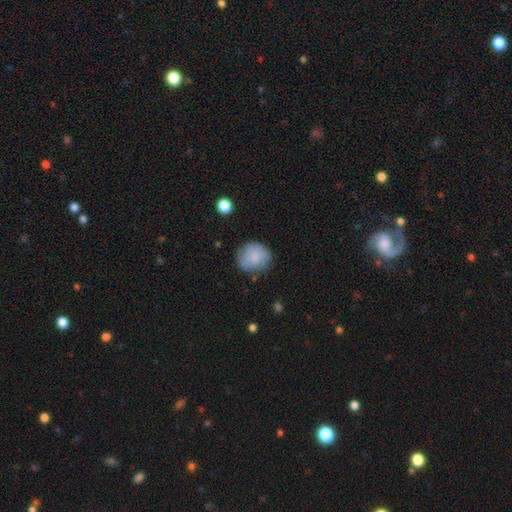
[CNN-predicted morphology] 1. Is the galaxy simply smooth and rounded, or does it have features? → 63% smooth, 29% featured or disk, 8% star or artifact.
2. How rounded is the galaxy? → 85% round, 14% in between, 1% cigar-shaped.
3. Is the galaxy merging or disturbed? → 73% none, 20% minor disturbance, 6% major disturbance, 2% merger.